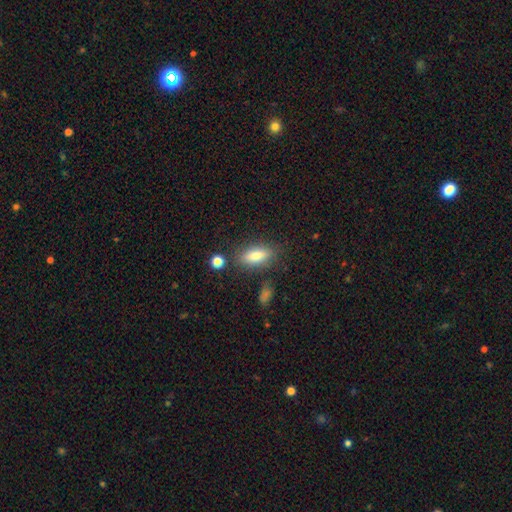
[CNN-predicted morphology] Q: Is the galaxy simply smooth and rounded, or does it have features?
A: smooth — 80%.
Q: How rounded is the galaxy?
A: in between — 75%.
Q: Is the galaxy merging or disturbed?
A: none — 80%.